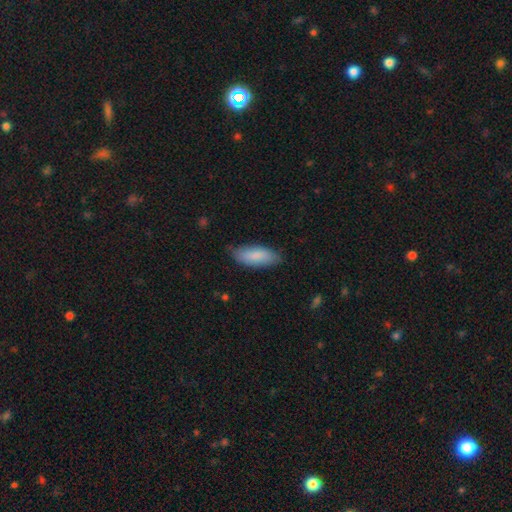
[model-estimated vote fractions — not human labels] A smooth galaxy with no disk features (85%) that is in between round and cigar-shaped (72%). Merging: none (80%).